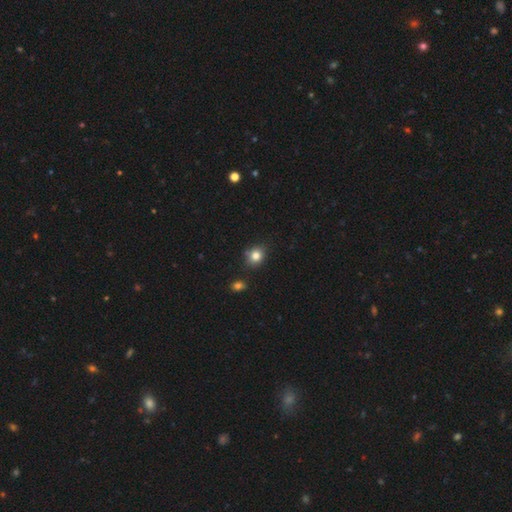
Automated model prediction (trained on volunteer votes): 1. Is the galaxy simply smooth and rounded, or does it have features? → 82% smooth, 12% star or artifact, 7% featured or disk.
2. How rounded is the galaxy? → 70% round, 29% in between, 1% cigar-shaped.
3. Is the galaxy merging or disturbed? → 79% none, 14% minor disturbance, 5% merger, 3% major disturbance.